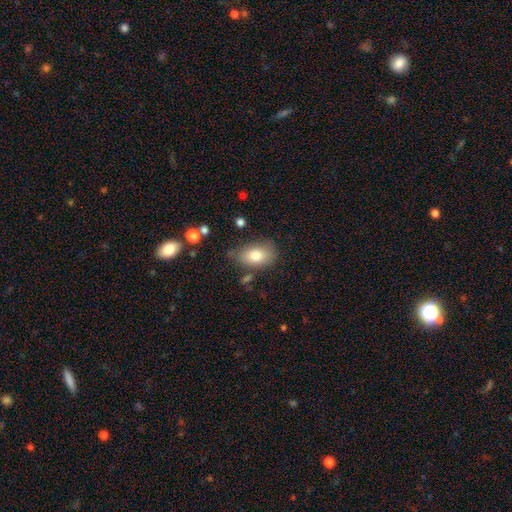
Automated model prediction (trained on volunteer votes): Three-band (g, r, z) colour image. It shows a smooth galaxy with no disk features (79%) that is in between round and cigar-shaped (87%). Merging: none (71%).